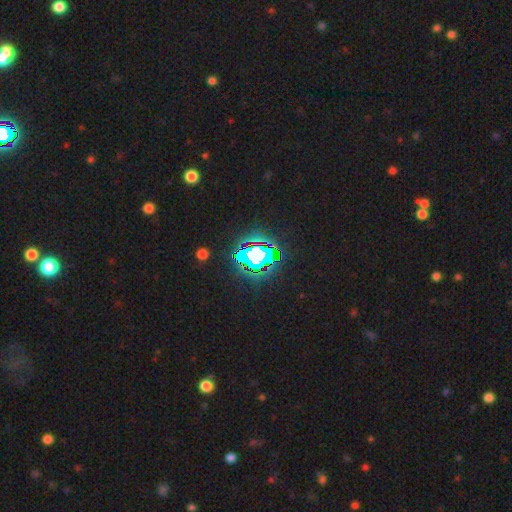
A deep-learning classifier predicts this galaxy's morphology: Smooth or featured? Predicted: star or artifact (p=0.62).